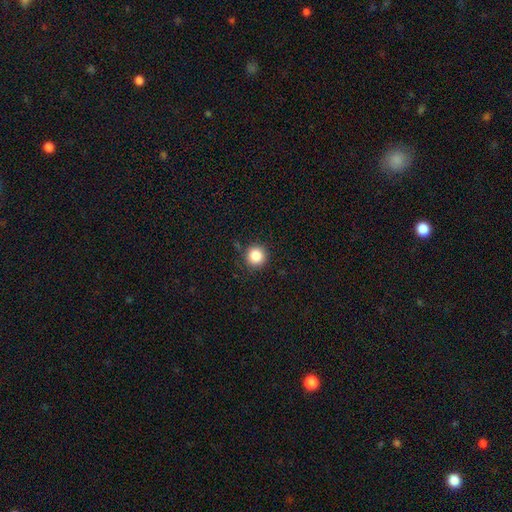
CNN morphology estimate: Smooth or featured?
  - smooth: 86% *
  - star or artifact: 10%
  - featured or disk: 4%
How rounded?
  - round: 95% *
  - in between: 4%
  - cigar-shaped: 1%
Merging?
  - none: 88% *
  - minor disturbance: 8%
  - major disturbance: 2%
  - merger: 2%